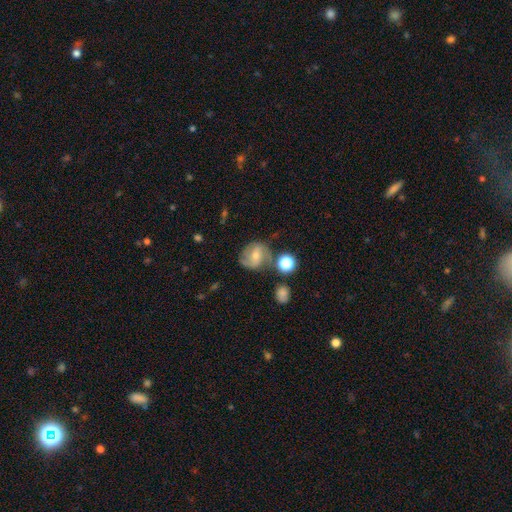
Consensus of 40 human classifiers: smooth_or_featured: featured or disk (p=0.75) [alt: smooth p=0.17]
disk_edge_on: no (p=0.97) [alt: yes p=0.03]
bar: no (p=0.41) [alt: weak p=0.38]
has_spiral_arms: yes (p=0.90) [alt: no p=0.10]
spiral_winding: tight (p=0.46) [alt: medium p=0.31]
spiral_arm_count: 2 (p=0.58) [alt: 3 p=0.31]
bulge_size: small (p=0.59) [alt: moderate p=0.41]
merging: none (p=0.59) [alt: minor disturbance p=0.24]